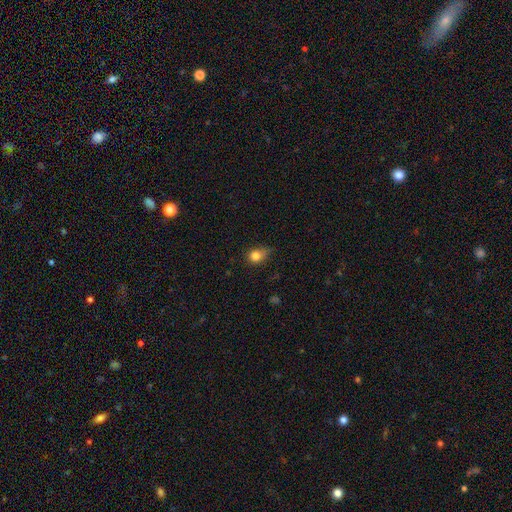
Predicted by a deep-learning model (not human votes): Smooth or featured?
  - smooth: 82% *
  - star or artifact: 11%
  - featured or disk: 7%
How rounded?
  - round: 60% *
  - in between: 39%
  - cigar-shaped: 1%
Merging?
  - none: 49% *
  - minor disturbance: 38%
  - major disturbance: 12%
  - merger: 2%